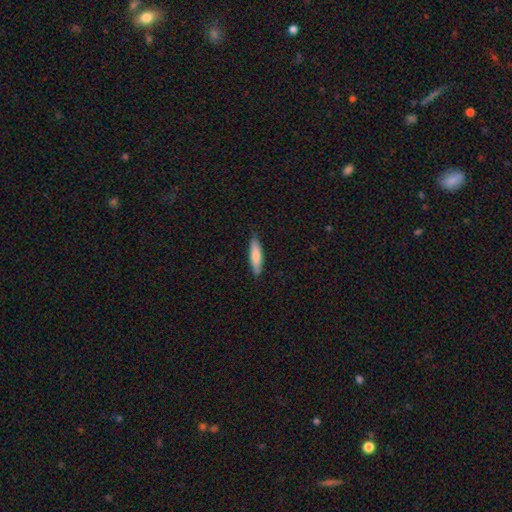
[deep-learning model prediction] Overall: smooth (78%). How rounded: cigar-shaped (68%; in between 30%). Merging: none (83%).